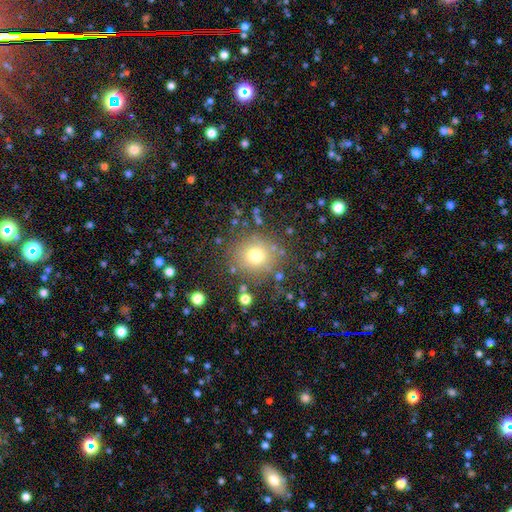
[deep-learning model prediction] Smooth or featured: smooth — 71% (star or artifact — 17%)
How rounded: round — 87% (in between — 12%)
Merging: none — 80% (minor disturbance — 11%)